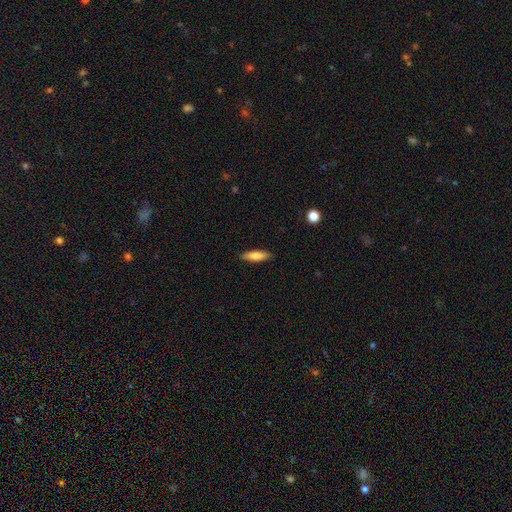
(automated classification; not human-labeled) Overall: smooth (81%). How rounded: cigar-shaped (58%; in between 40%). Merging: none (89%).